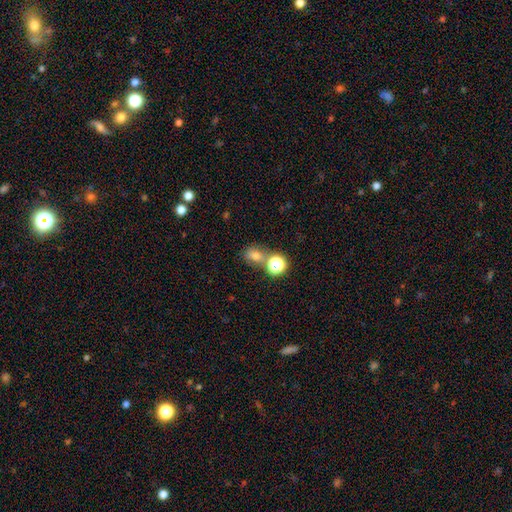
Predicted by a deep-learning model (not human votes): This appears to be a smooth galaxy with no disk features (69%) that is round (54%). Merging: none (56%).